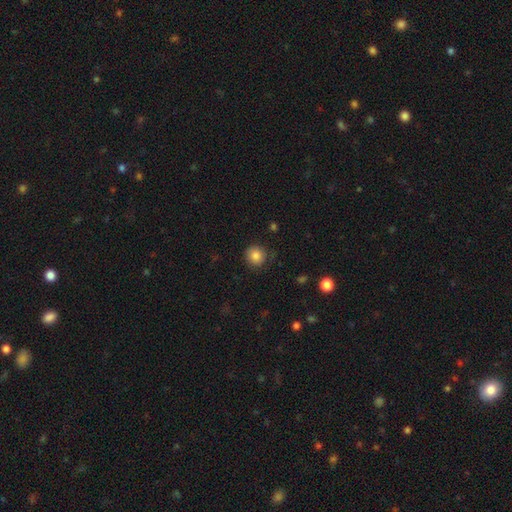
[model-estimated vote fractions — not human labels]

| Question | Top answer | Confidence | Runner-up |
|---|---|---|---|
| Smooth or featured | smooth | 84% | star or artifact (10%) |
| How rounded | round | 91% | in between (8%) |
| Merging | none | 83% | minor disturbance (12%) |